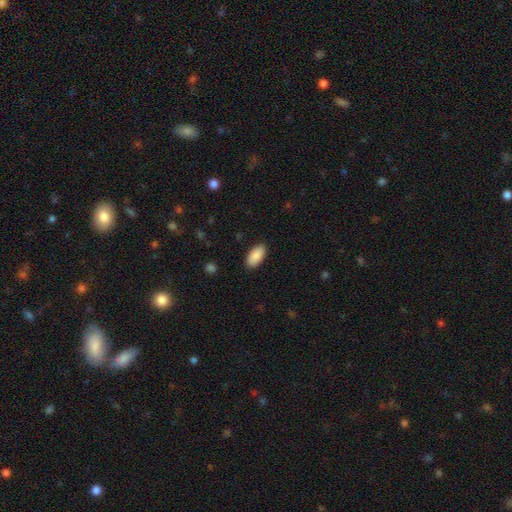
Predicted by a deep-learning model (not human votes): Smooth or featured?
  - smooth: 90% *
  - star or artifact: 6%
  - featured or disk: 4%
How rounded?
  - in between: 94% *
  - cigar-shaped: 4%
  - round: 2%
Merging?
  - none: 89% *
  - minor disturbance: 8%
  - major disturbance: 2%
  - merger: 1%